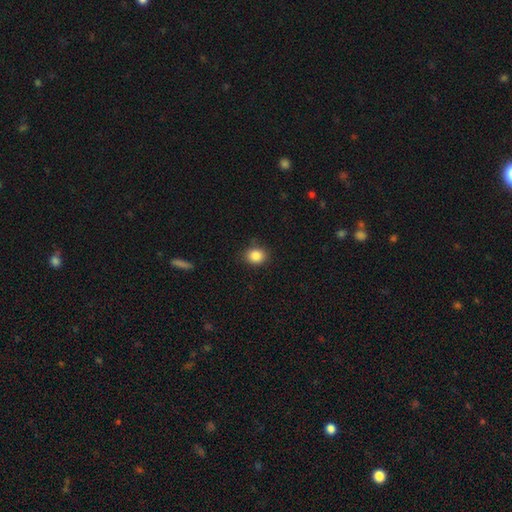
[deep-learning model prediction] Overall: smooth (86%). How rounded: round (67%; in between 32%). Merging: none (84%).